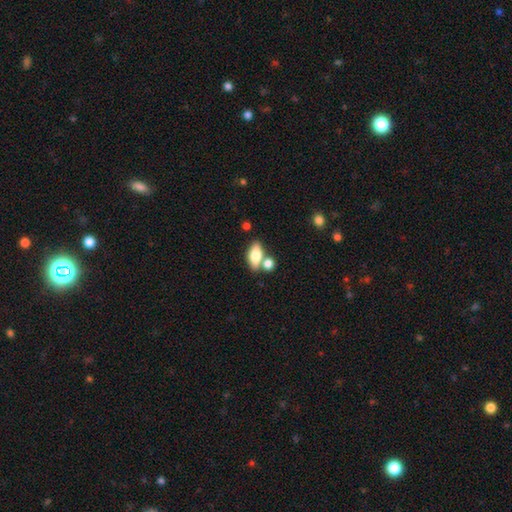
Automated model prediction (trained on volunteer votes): Morphology: type=smooth (74%); roundness=in between (82%); merging=none (57%).